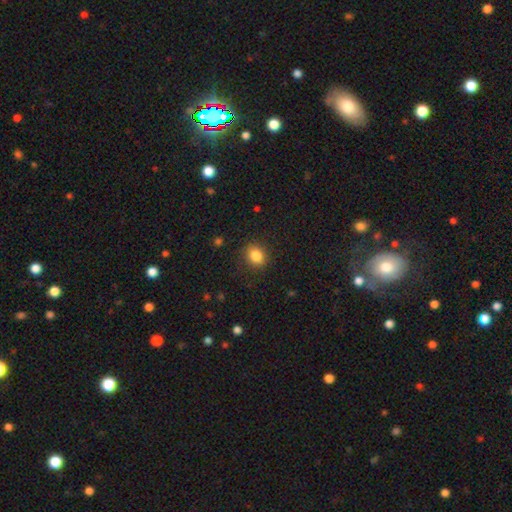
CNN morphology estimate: smooth-or-featured: smooth: 84% | star or artifact: 11% | featured or disk: 5%
  how-rounded: round: 61% | in between: 38% | cigar-shaped: 1%
  merging: none: 87% | minor disturbance: 9% | major disturbance: 3% | merger: 1%